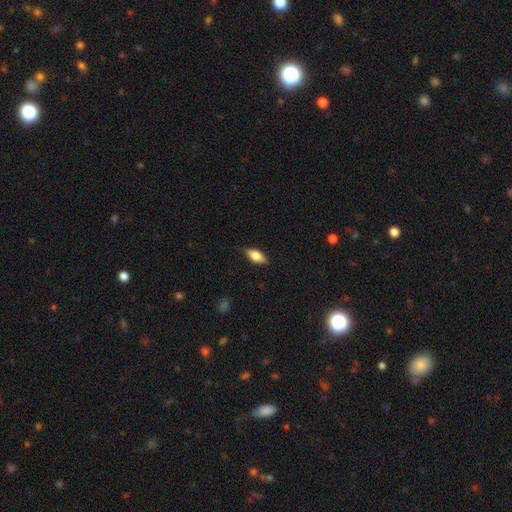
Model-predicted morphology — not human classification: Smooth or featured: smooth — 65% (featured or disk — 28%)
How rounded: in between — 81% (cigar-shaped — 15%)
Merging: none — 84% (minor disturbance — 13%)